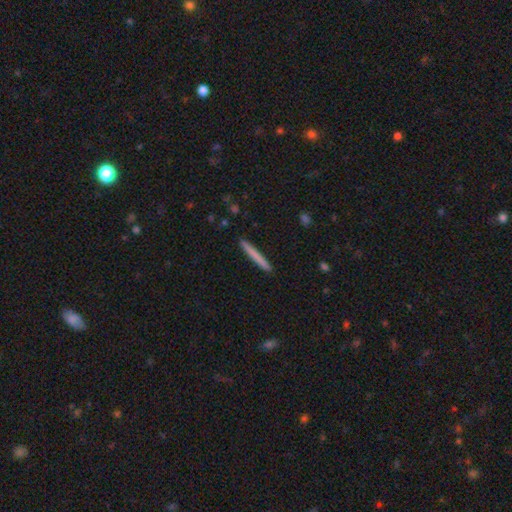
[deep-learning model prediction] Morphology: type=smooth (74%); roundness=cigar-shaped (97%); merging=none (92%).